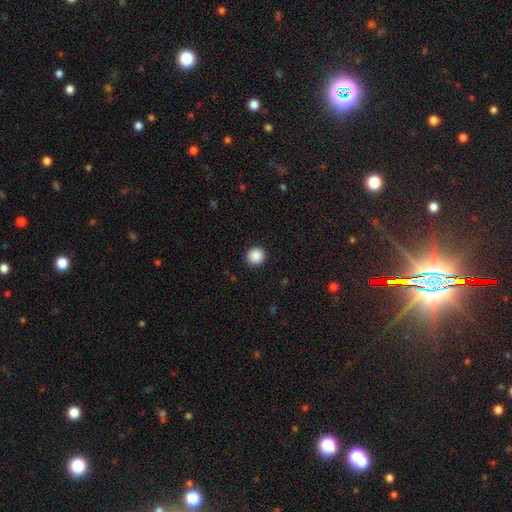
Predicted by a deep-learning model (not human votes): Overall: smooth (89%). How rounded: round (93%). Merging: none (92%).